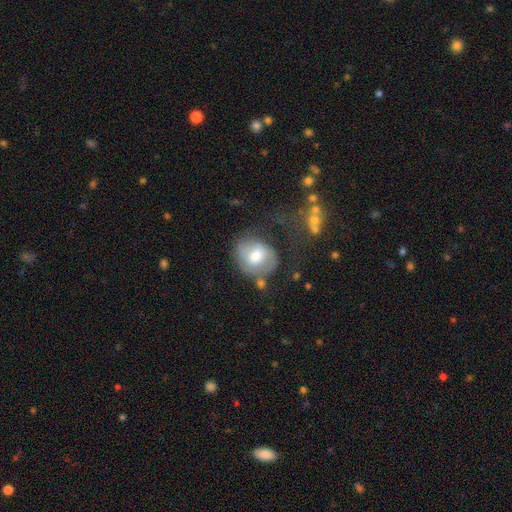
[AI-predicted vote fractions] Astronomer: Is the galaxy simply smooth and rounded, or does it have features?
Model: smooth — 54% (runner-up: featured or disk, 39%).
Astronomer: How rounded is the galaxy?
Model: round — 64%.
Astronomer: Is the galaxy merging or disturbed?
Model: none — 47% (runner-up: minor disturbance, 24%).